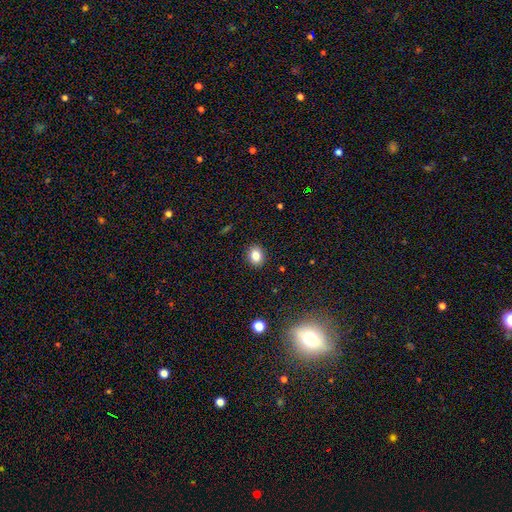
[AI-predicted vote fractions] This is clearly a smooth galaxy (83%). How rounded: possibly round (54%). Merging: clearly none (91%).